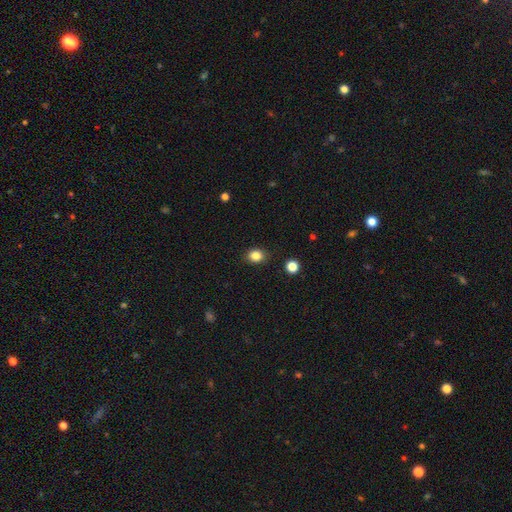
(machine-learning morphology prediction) Q: Smooth or featured?
A: smooth (84%); runner-up: star or artifact (11%)
Q: How rounded?
A: round (53%); runner-up: in between (46%)
Q: Merging?
A: none (88%); runner-up: minor disturbance (9%)